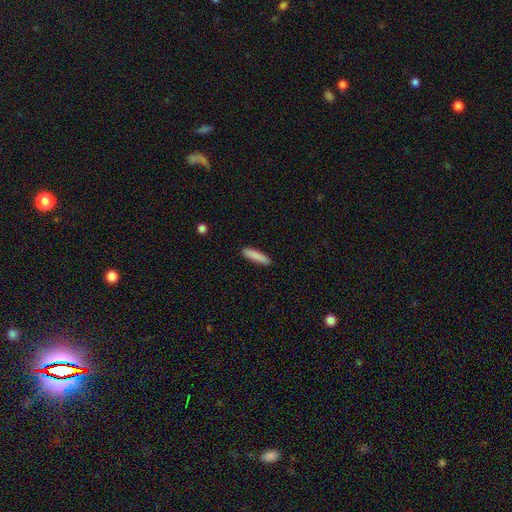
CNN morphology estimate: Overall: smooth (87%). How rounded: cigar-shaped (81%). Merging: none (90%).